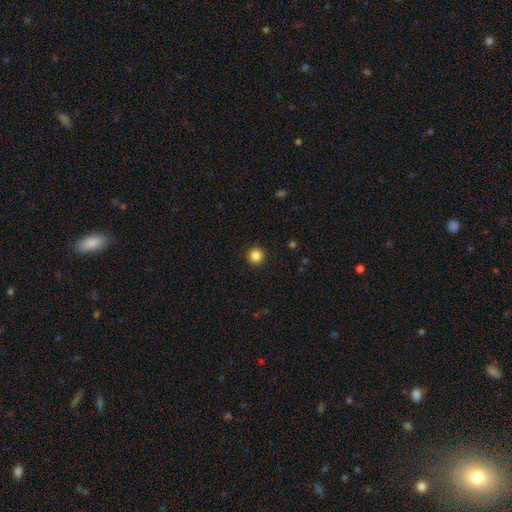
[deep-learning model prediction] This appears to be a smooth galaxy with no disk features (86%) that is round (96%). Merging: none (93%).